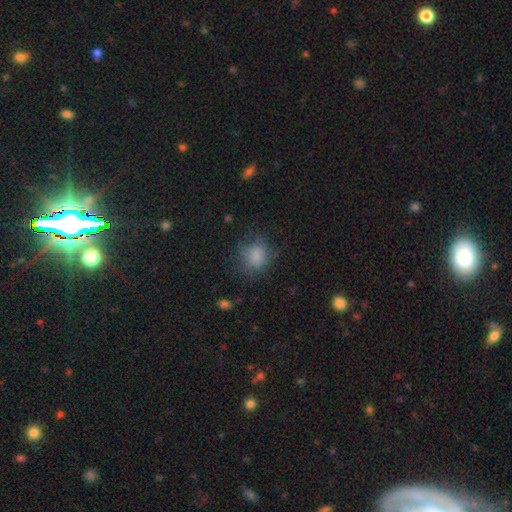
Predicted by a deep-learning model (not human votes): smooth 78%, star or artifact 11%, featured or disk 11%. Down the decision tree: how rounded — round (71%); merging — none (60%).